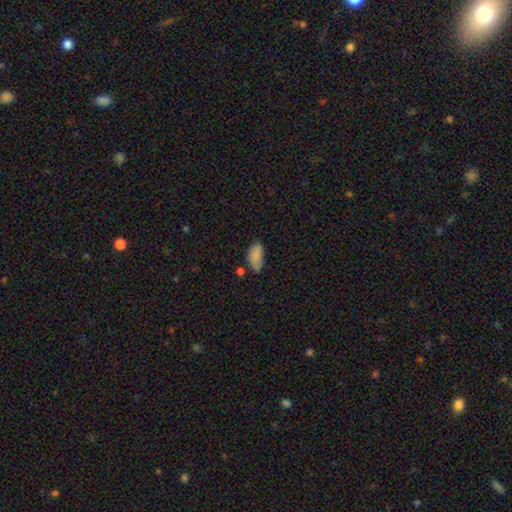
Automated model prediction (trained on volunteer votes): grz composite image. It shows a smooth galaxy with no disk features (83%) that is in between round and cigar-shaped (93%). Merging: none (53%).